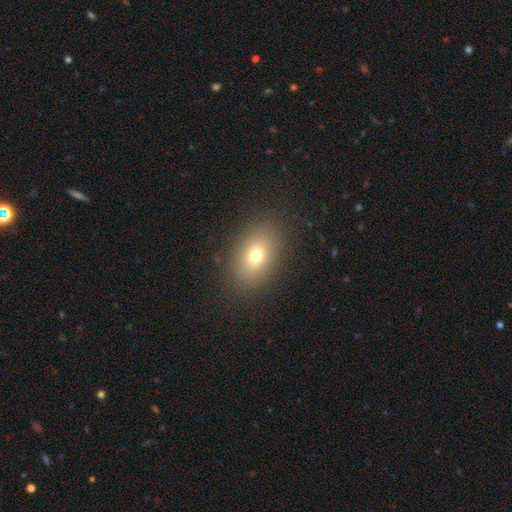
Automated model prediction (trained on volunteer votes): Q: Smooth or featured?
A: smooth (72%); runner-up: featured or disk (14%)
Q: How rounded?
A: in between (79%); runner-up: round (19%)
Q: Merging?
A: none (87%); runner-up: minor disturbance (8%)